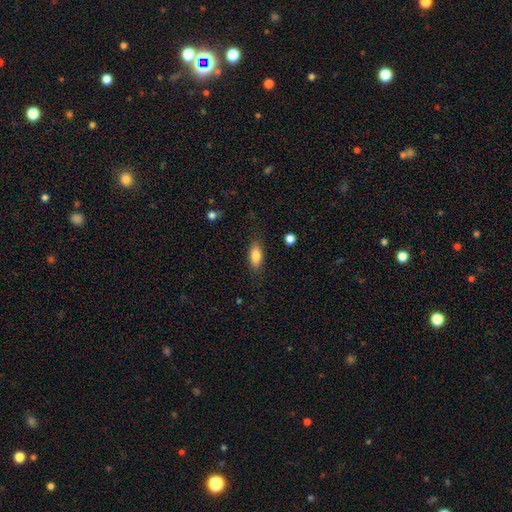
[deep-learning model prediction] The model was most divided on "how rounded": in between: 84%, cigar-shaped: 13%, round: 3%. More confident: merging — none (84%); smooth or featured — smooth (83%).